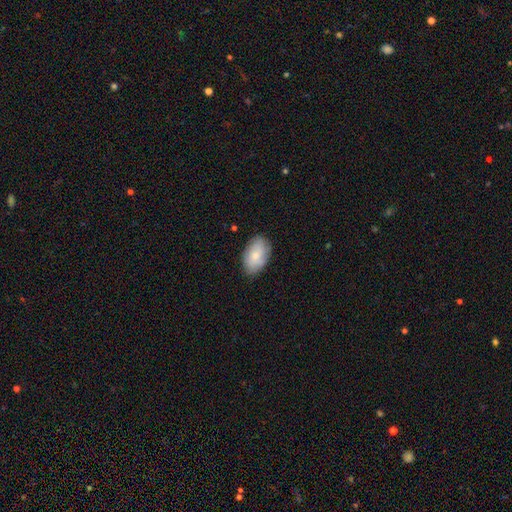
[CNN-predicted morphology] Smooth or featured? Predicted: smooth (p=0.75). How rounded? Predicted: in between (p=0.91). Merging? Predicted: none (p=0.80).